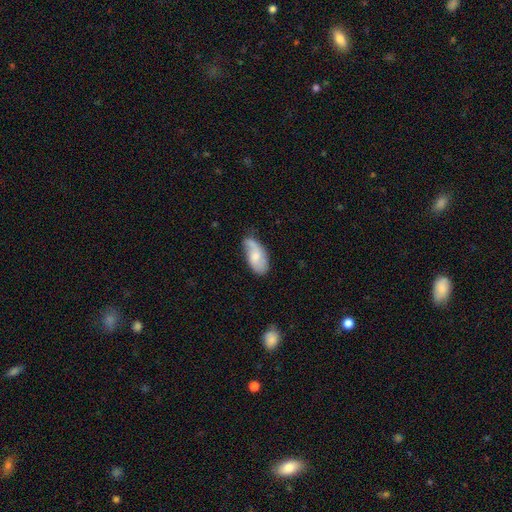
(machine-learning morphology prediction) featured or disk 51%, smooth 43%, star or artifact 6%. Down the decision tree: edge-on disk — no (93%); merging — none (51%).